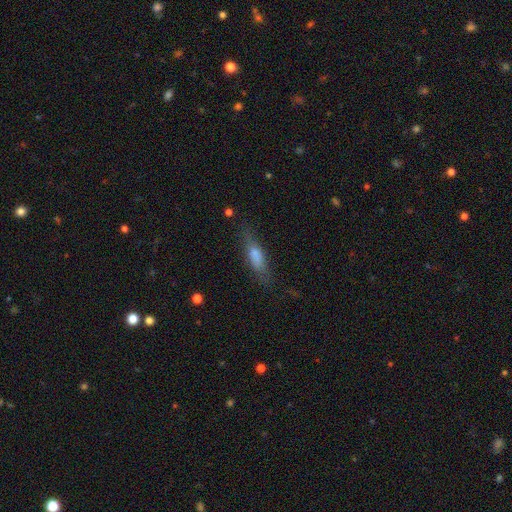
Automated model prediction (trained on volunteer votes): Smooth or featured? smooth (66%)
How rounded? cigar-shaped (53%)
Merging? none (66%)